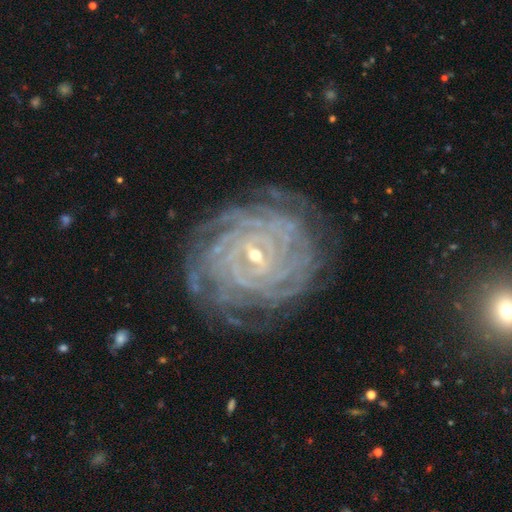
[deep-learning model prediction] Q: Smooth or featured?
A: featured or disk (92%); runner-up: star or artifact (5%)
Q: Edge-on disk?
A: no (97%); runner-up: yes (3%)
Q: Bar?
A: weak (48%); runner-up: strong (28%)
Q: Spiral arms?
A: yes (98%); runner-up: no (2%)
Q: Spiral winding?
A: tight (87%); runner-up: medium (11%)
Q: Spiral arm count?
A: more than 4 (28%); runner-up: can't tell (23%)
Q: Bulge size?
A: small (69%); runner-up: moderate (28%)
Q: Merging?
A: none (78%); runner-up: minor disturbance (15%)